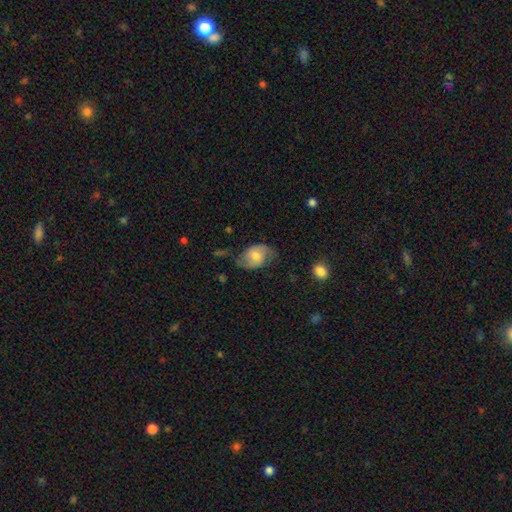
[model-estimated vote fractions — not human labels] smooth_or_featured: featured or disk (p=0.58) [alt: smooth p=0.35]
disk_edge_on: no (p=0.96) [alt: yes p=0.04]
bar: no (p=0.50) [alt: weak p=0.40]
has_spiral_arms: yes (p=0.87) [alt: no p=0.13]
bulge_size: moderate (p=0.58) [alt: small p=0.24]
merging: none (p=0.60) [alt: minor disturbance p=0.25]